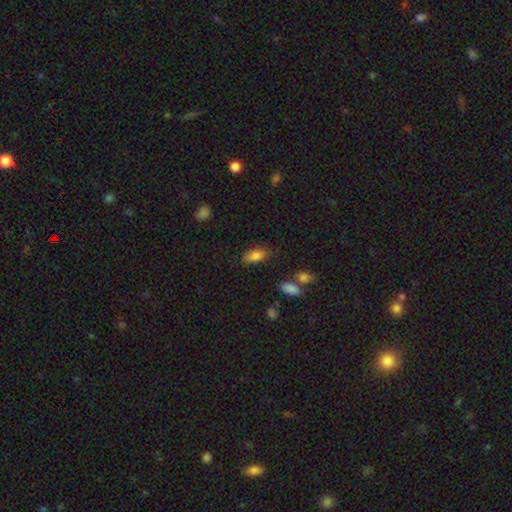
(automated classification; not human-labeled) Morphology: type=smooth (81%); roundness=in between (84%); merging=none (79%).